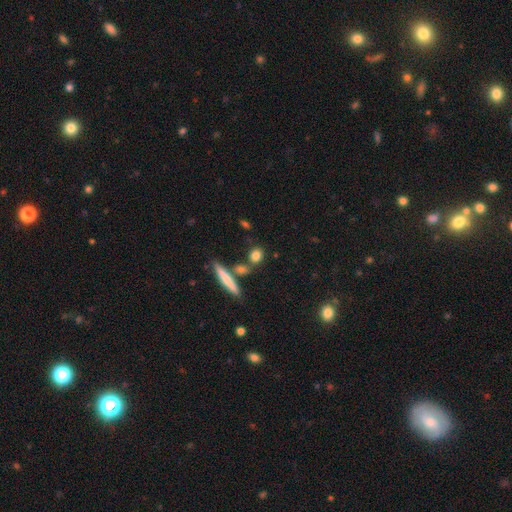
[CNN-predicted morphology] This appears to be a smooth galaxy with no disk features (80%) that is round (51%). Merging: none (72%).